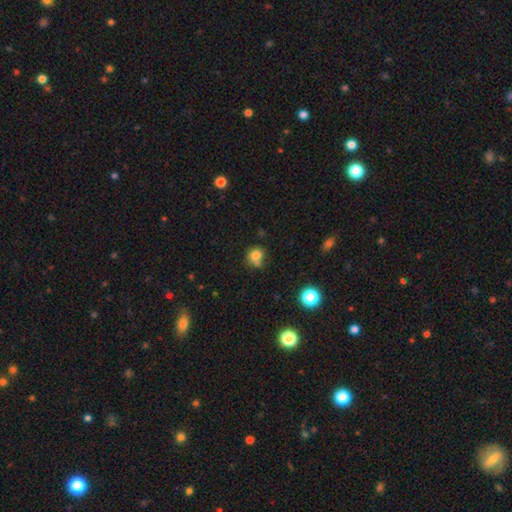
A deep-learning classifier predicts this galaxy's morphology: The model was most divided on "merging": none: 52%, merger: 25%, minor disturbance: 17%, major disturbance: 6%. More confident: how rounded — round (79%); smooth or featured — smooth (77%).